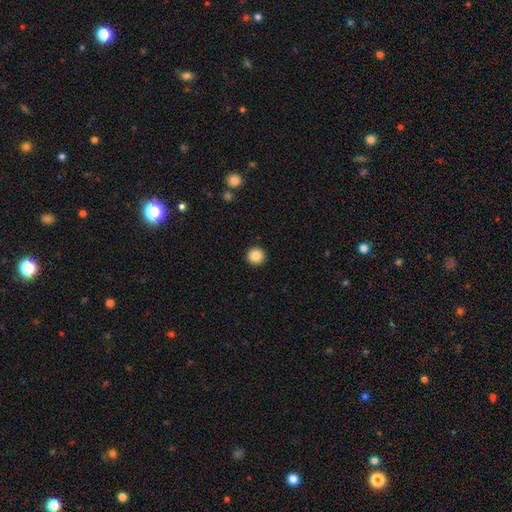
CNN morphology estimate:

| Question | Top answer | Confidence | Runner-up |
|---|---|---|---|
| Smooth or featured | smooth | 85% | star or artifact (10%) |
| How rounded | round | 96% | in between (3%) |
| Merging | none | 94% | minor disturbance (4%) |